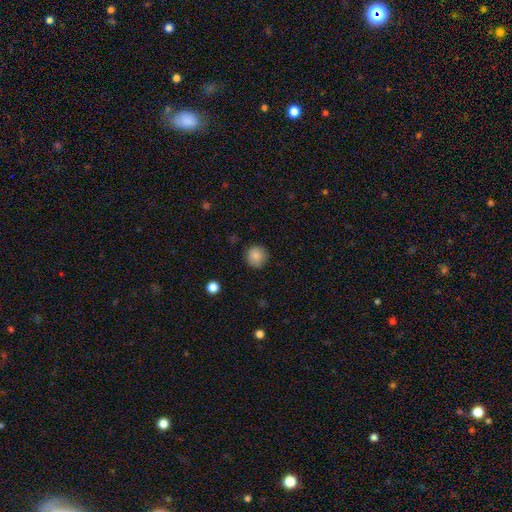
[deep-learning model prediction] Smooth or featured: smooth — 86% (star or artifact — 9%)
How rounded: round — 93% (in between — 6%)
Merging: none — 86% (minor disturbance — 10%)